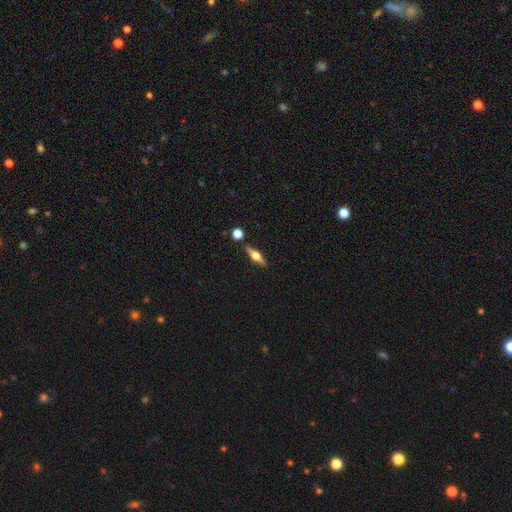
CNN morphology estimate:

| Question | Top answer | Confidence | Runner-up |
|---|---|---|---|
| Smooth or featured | featured or disk | 66% | smooth (27%) |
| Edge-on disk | yes | 96% | no (4%) |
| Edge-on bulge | rounded | 95% | boxy (4%) |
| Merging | none | 85% | minor disturbance (8%) |